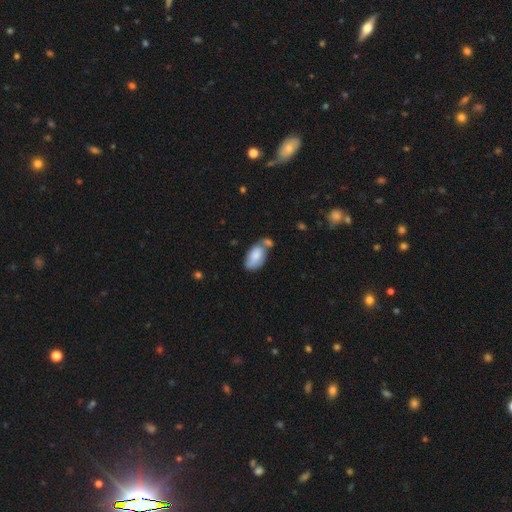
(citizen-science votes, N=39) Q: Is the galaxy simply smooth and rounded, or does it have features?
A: smooth — 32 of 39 (82%).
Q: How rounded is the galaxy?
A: in between — 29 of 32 (91%).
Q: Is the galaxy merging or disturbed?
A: none — 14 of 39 (36%, tied with minor disturbance).